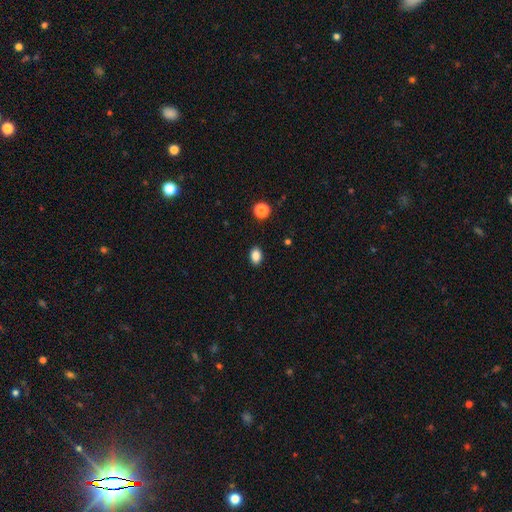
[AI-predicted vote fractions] smooth-or-featured: smooth: 86% | star or artifact: 10% | featured or disk: 4%
  how-rounded: in between: 78% | round: 21% | cigar-shaped: 1%
  merging: none: 89% | minor disturbance: 8% | major disturbance: 2% | merger: 1%